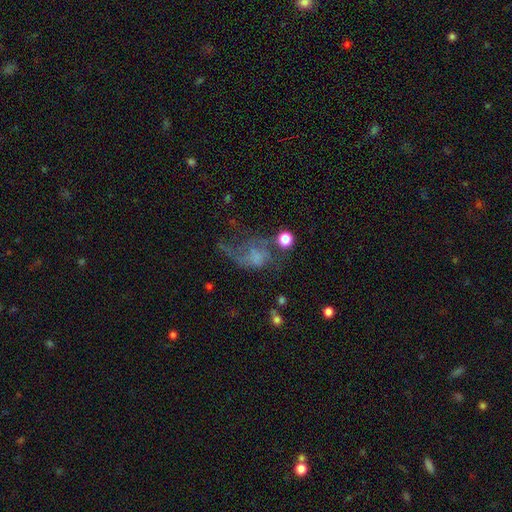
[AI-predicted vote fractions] Q: Smooth or featured?
A: featured or disk (47%); runner-up: smooth (34%)
Q: Merging?
A: major disturbance (49%); runner-up: none (25%)